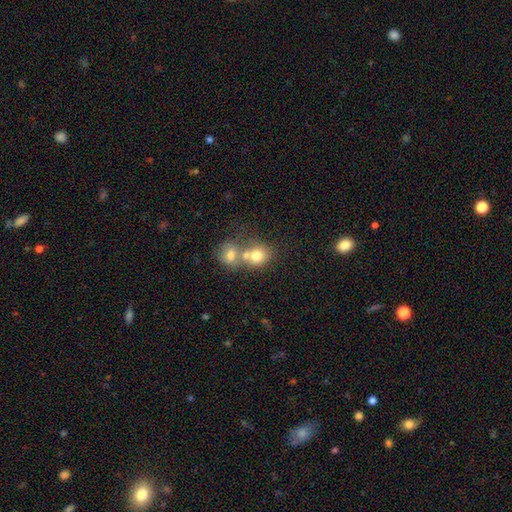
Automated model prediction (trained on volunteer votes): Smooth or featured? smooth (72%)
How rounded? round (67%)
Merging? merger (60%)